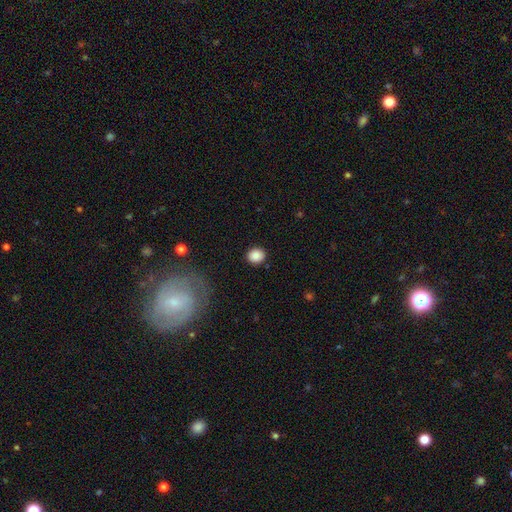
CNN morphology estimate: smooth_or_featured: smooth (p=0.87) [alt: star or artifact p=0.09]
how_rounded: round (p=0.77) [alt: in between p=0.22]
merging: none (p=0.89) [alt: minor disturbance p=0.07]